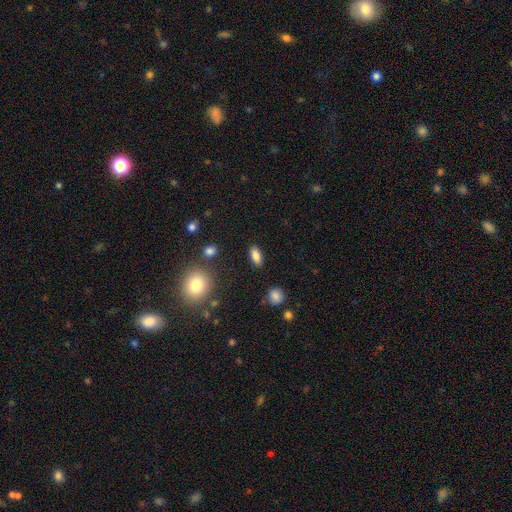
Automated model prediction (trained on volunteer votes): Morphology: type=smooth (82%); roundness=in between (82%); merging=none (87%).